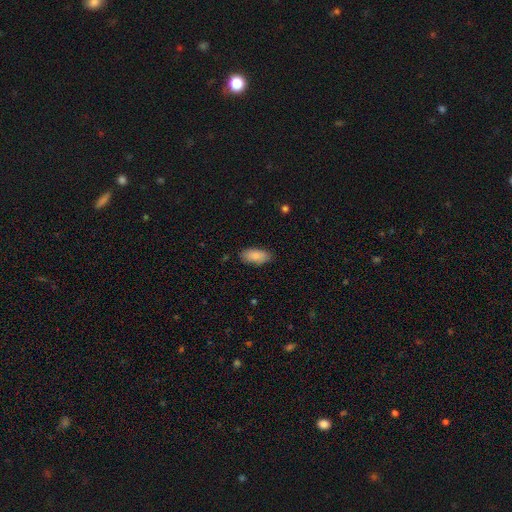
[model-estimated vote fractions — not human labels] Smooth or featured? smooth (87%)
How rounded? in between (88%)
Merging? none (85%)